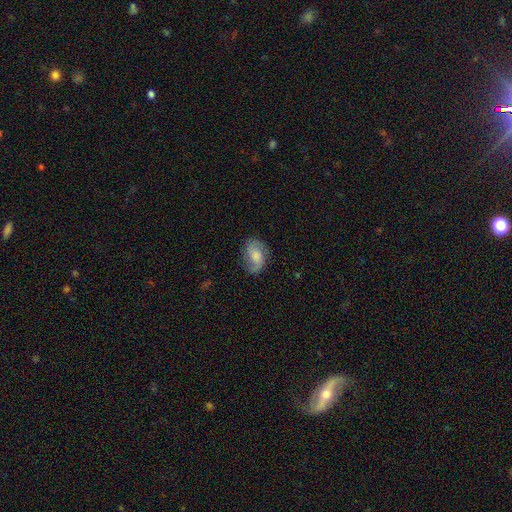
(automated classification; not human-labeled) Smooth or featured?
  - featured or disk: 55% *
  - smooth: 38%
  - star or artifact: 8%
Edge-on disk?
  - no: 97% *
  - yes: 3%
Bar?
  - no: 58% *
  - weak: 36%
  - strong: 7%
Spiral arms?
  - yes: 90% *
  - no: 10%
Bulge size?
  - moderate: 37% *
  - small: 25%
  - none: 18%
  - large: 17%
  - dominant: 2%
Merging?
  - none: 71% *
  - minor disturbance: 20%
  - major disturbance: 8%
  - merger: 1%